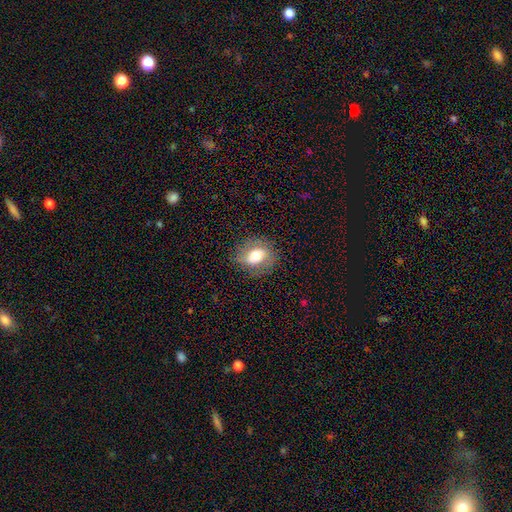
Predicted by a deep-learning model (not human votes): Smooth or featured: smooth — 58% (featured or disk — 33%)
How rounded: round — 49% (tied with in between — 49%)
Merging: none — 79% (minor disturbance — 14%)